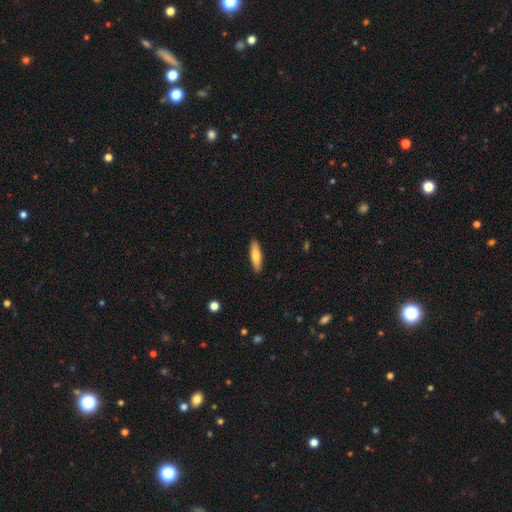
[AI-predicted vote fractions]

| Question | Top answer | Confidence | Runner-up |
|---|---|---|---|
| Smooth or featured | smooth | 74% | featured or disk (20%) |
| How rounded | cigar-shaped | 65% | in between (33%) |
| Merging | none | 90% | minor disturbance (7%) |